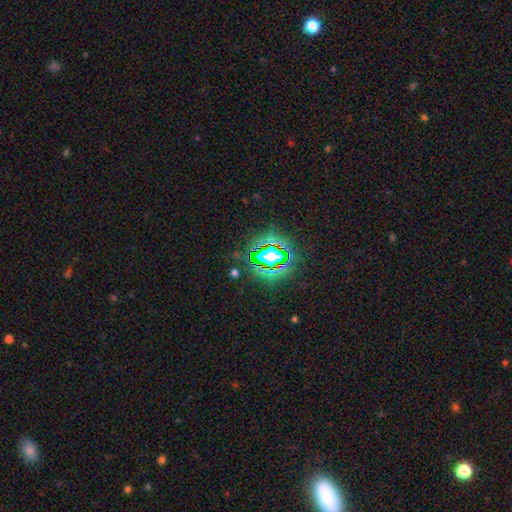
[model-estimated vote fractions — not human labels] Overall: star or artifact (81%).